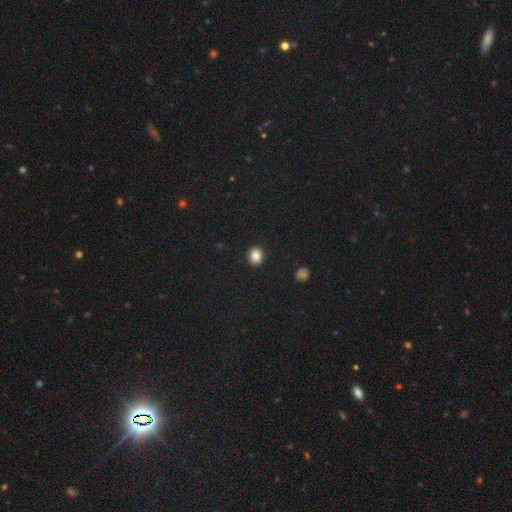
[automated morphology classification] Smooth or featured: smooth — 87% (star or artifact — 10%)
How rounded: round — 73% (in between — 27%)
Merging: none — 91% (minor disturbance — 6%)